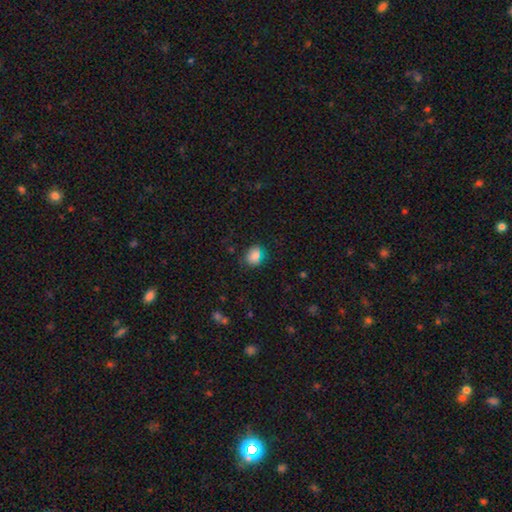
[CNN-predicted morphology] smooth 79%, star or artifact 16%, featured or disk 6%. Down the decision tree: how rounded — round (54%); merging — none (77%).